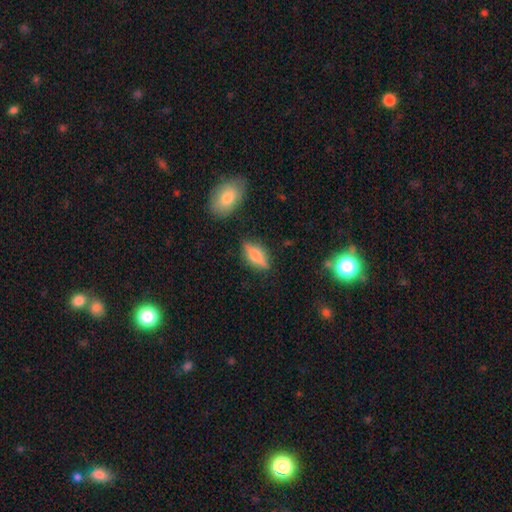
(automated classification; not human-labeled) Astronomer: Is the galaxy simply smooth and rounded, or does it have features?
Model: smooth — 50% (runner-up: featured or disk, 42%).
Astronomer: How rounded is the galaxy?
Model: in between — 57% (runner-up: cigar-shaped, 39%).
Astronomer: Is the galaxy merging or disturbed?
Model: none — 83%.